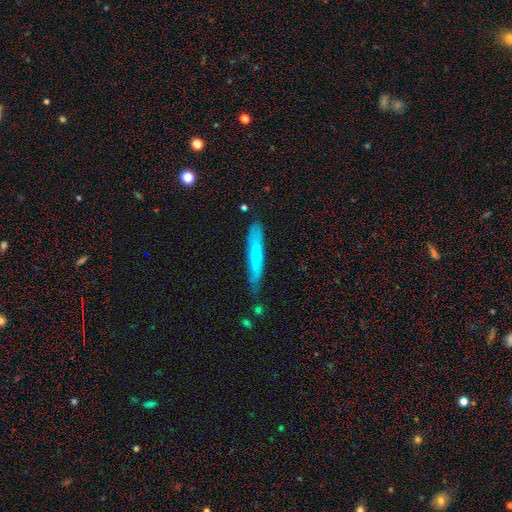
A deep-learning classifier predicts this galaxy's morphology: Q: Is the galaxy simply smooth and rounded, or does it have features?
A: smooth — 61%.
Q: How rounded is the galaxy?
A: cigar-shaped — 91%.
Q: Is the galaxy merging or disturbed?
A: none — 73%.